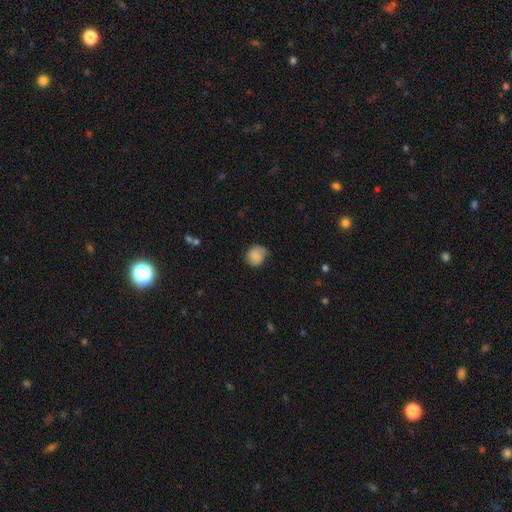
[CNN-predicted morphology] smooth_or_featured: smooth (p=0.76) [alt: featured or disk p=0.16]
how_rounded: round (p=0.73) [alt: in between p=0.26]
merging: none (p=0.50) [alt: minor disturbance p=0.35]